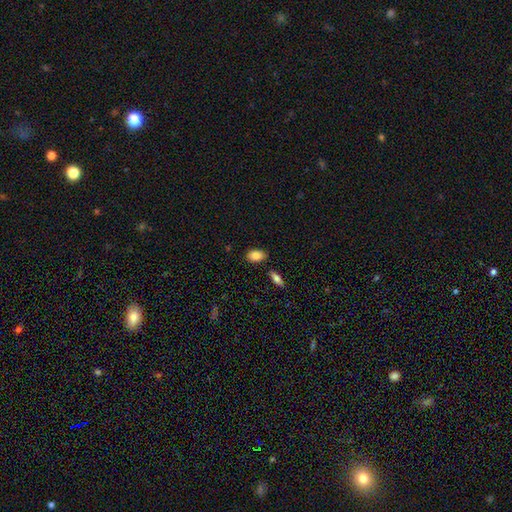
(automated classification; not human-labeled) This appears to be a smooth galaxy with no disk features (84%) that is in between round and cigar-shaped (89%). Merging: none (82%).